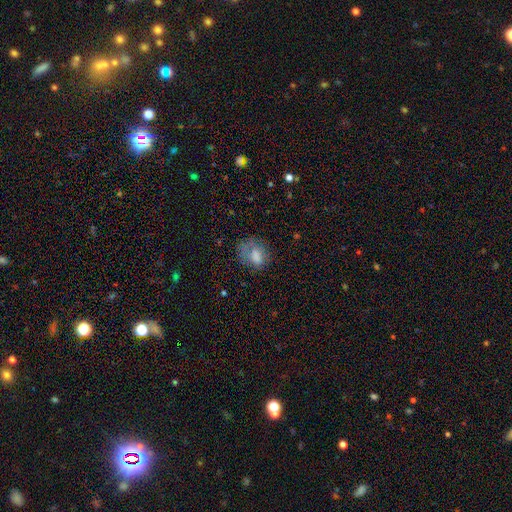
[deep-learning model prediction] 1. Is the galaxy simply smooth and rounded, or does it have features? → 69% smooth, 20% featured or disk, 11% star or artifact.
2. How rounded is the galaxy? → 69% in between, 29% round, 2% cigar-shaped.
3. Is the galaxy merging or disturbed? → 43% none, 27% minor disturbance, 27% major disturbance, 3% merger.